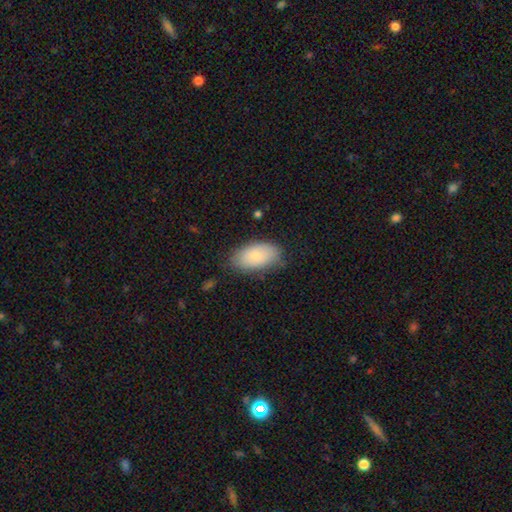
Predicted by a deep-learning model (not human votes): smooth-or-featured: smooth: 81% | featured or disk: 12% | star or artifact: 7%
  how-rounded: in between: 94% | round: 3% | cigar-shaped: 2%
  merging: none: 77% | minor disturbance: 18% | major disturbance: 3% | merger: 1%